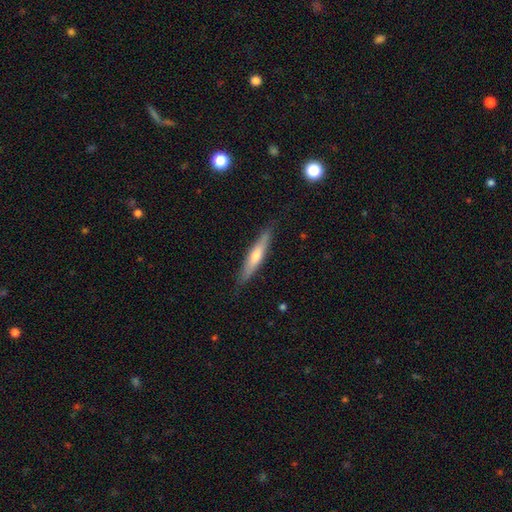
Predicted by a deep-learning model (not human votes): Morphology: type=smooth (52%); roundness=cigar-shaped (87%); merging=none (85%).